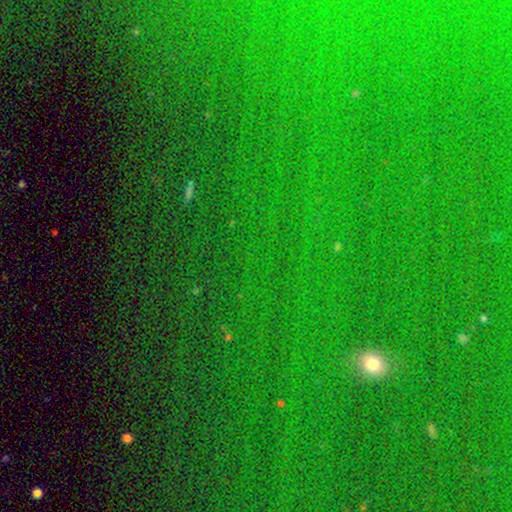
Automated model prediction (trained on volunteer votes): A star or artifact, not a galaxy (76%).

Vote fractions:
- Smooth or featured? star or artifact: 76% / smooth: 16% / featured or disk: 8%